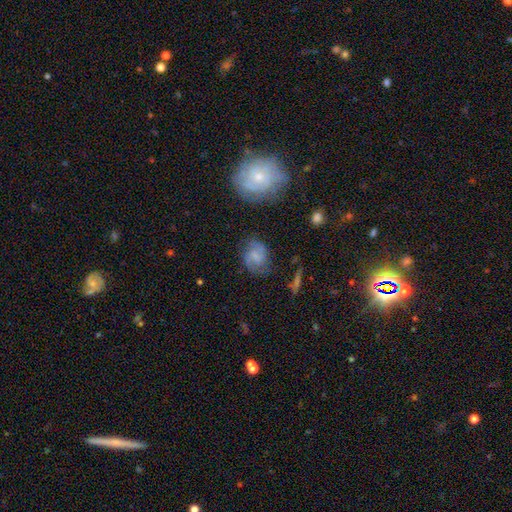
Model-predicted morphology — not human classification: featured or disk 66%, smooth 25%, star or artifact 9%. Down the decision tree: edge-on disk — no (97%); bar — weak (46%); spiral arms — yes (93%); spiral arm count — 2 (84%); spiral winding — medium (51%); bulge size — none (43%); merging — none (71%).